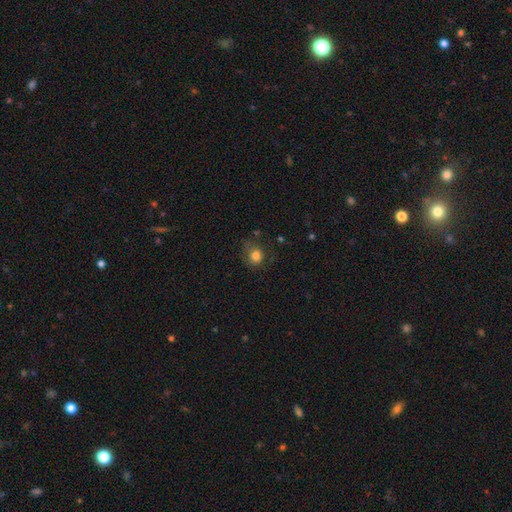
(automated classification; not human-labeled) Q: Smooth or featured?
A: smooth (79%); runner-up: star or artifact (11%)
Q: How rounded?
A: round (76%); runner-up: in between (24%)
Q: Merging?
A: none (62%); runner-up: minor disturbance (24%)